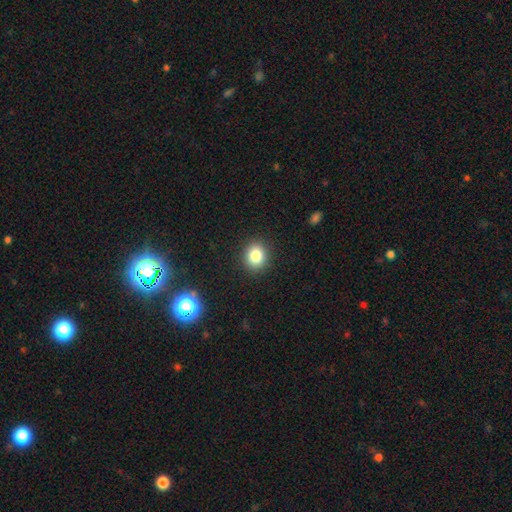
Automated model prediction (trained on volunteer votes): Smooth or featured? Predicted: smooth (p=0.82). How rounded? Predicted: round (p=0.72). Merging? Predicted: none (p=0.90).